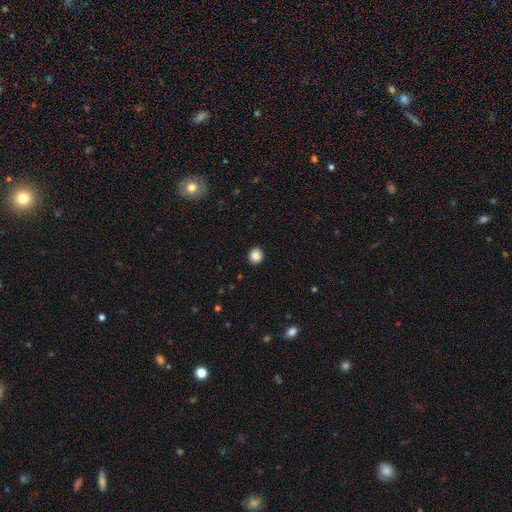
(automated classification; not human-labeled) Smooth or featured? smooth (87%)
How rounded? round (86%)
Merging? none (92%)